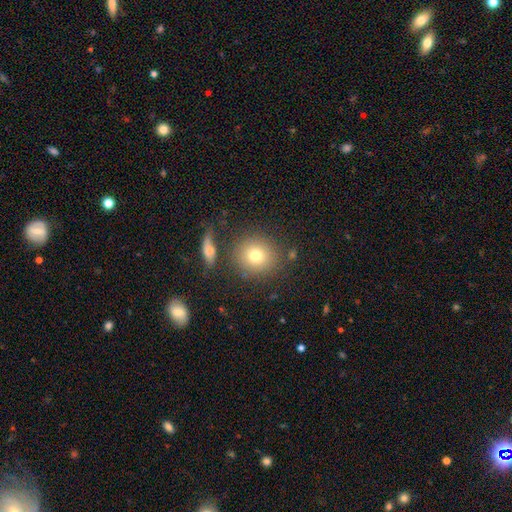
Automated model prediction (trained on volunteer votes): Smooth or featured: smooth — 75% (featured or disk — 13%)
How rounded: round — 88% (in between — 10%)
Merging: none — 81% (minor disturbance — 9%)